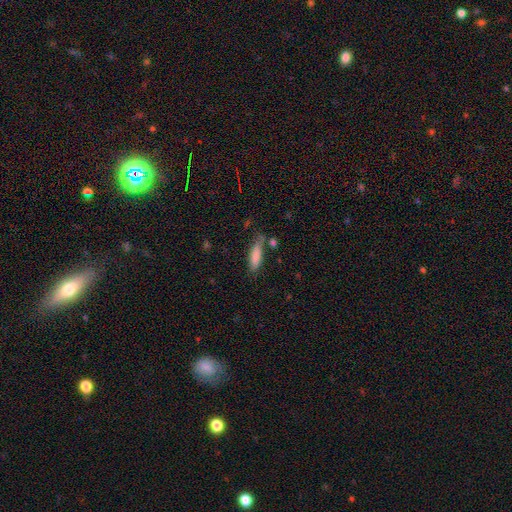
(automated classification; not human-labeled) Q: Smooth or featured?
A: smooth (83%); runner-up: featured or disk (10%)
Q: How rounded?
A: cigar-shaped (64%); runner-up: in between (34%)
Q: Merging?
A: none (67%); runner-up: minor disturbance (20%)